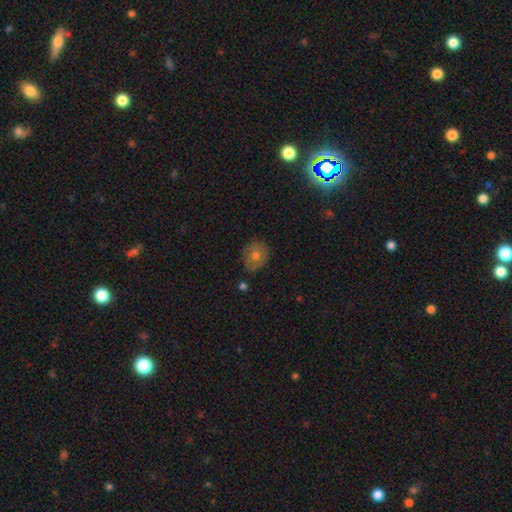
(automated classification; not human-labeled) smooth_or_featured: smooth (p=0.56) [alt: featured or disk p=0.30]
how_rounded: round (p=0.74) [alt: in between p=0.25]
merging: none (p=0.82) [alt: minor disturbance p=0.13]